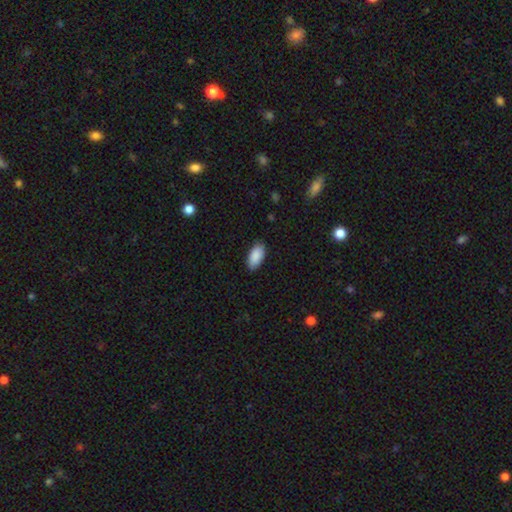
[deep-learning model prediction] A smooth galaxy with no disk features (90%) that is in between round and cigar-shaped (94%).

Vote fractions:
- Smooth or featured? smooth: 90% / star or artifact: 6% / featured or disk: 4%
- How rounded? in between: 94% / cigar-shaped: 4% / round: 2%
- Merging? none: 87% / minor disturbance: 10% / major disturbance: 2% / merger: 1%